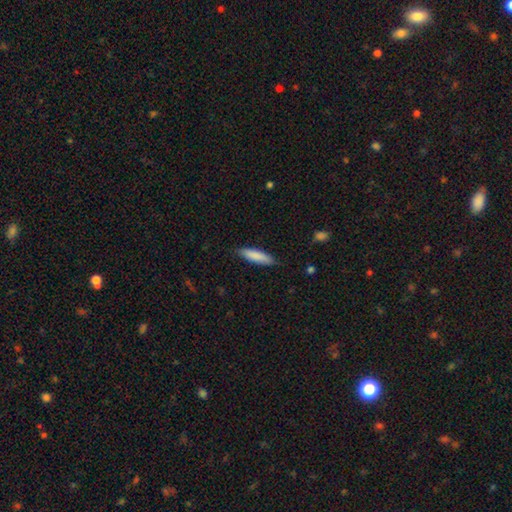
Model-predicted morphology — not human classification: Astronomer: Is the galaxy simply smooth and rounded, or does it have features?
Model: smooth — 84%.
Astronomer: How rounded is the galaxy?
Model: cigar-shaped — 69%.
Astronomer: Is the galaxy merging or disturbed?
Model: none — 83%.